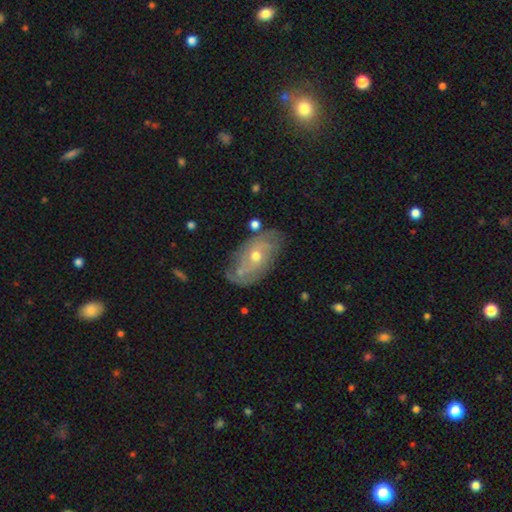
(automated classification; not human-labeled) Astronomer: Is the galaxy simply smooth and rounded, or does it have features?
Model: featured or disk — 70%.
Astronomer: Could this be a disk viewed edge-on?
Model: no — 91%.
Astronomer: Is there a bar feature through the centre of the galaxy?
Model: no — 78%.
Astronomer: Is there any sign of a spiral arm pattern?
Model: yes — 76%.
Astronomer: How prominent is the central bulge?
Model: moderate — 53% (runner-up: small, 44%).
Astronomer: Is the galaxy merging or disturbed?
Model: none — 72%.